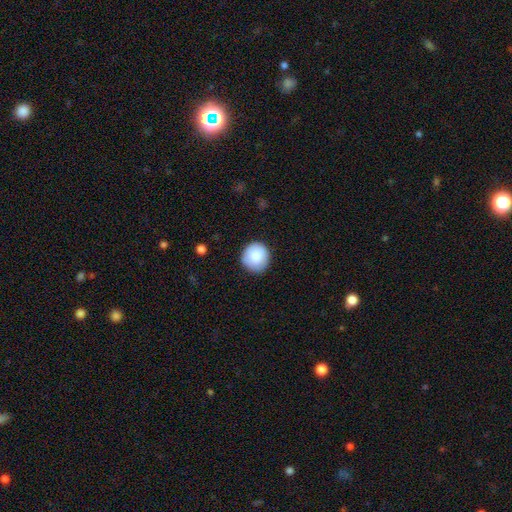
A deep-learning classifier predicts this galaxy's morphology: A smooth galaxy with no disk features (86%) that is round (90%).

Vote fractions:
- Smooth or featured? smooth: 86% / featured or disk: 7% / star or artifact: 7%
- How rounded? round: 90% / in between: 9% / cigar-shaped: 1%
- Merging? none: 85% / minor disturbance: 12% / major disturbance: 2% / merger: 1%